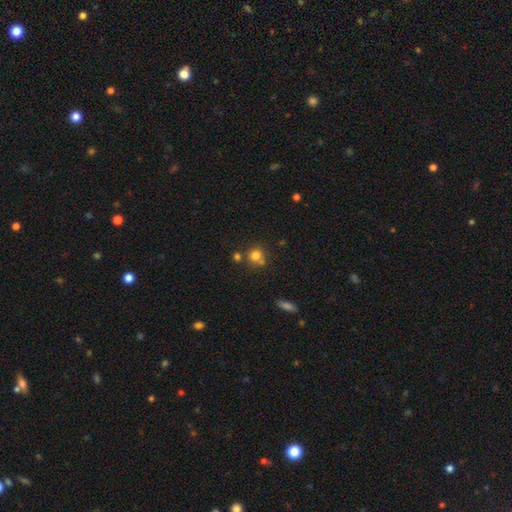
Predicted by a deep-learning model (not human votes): A smooth galaxy with no disk features (78%) that is round (87%). Merging: none (59%).